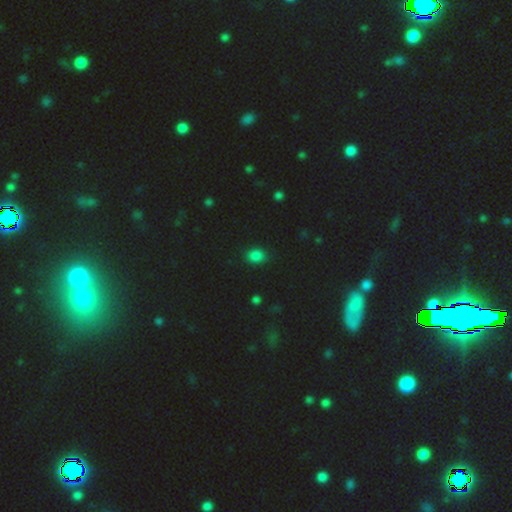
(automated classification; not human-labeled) The model was most divided on "how rounded": in between: 52%, round: 47%, cigar-shaped: 1%. More confident: merging — none (86%); smooth or featured — smooth (81%).